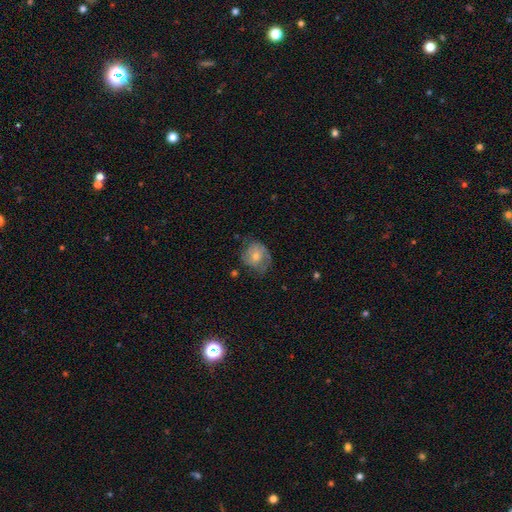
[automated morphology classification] A featured or disk galaxy (54%) with no bar (74%), spiral arms (78%) and a moderate central bulge (56%).

Vote fractions:
- Smooth or featured? featured or disk: 54% / smooth: 35% / star or artifact: 11%
- Edge-on disk? no: 96% / yes: 4%
- Bar? no: 74% / weak: 22% / strong: 4%
- Spiral arms? yes: 78% / no: 22%
- Bulge size? moderate: 56% / small: 39% / large: 3% / none: 2% / dominant: 1%
- Merging? none: 63% / minor disturbance: 24% / major disturbance: 11% / merger: 2%